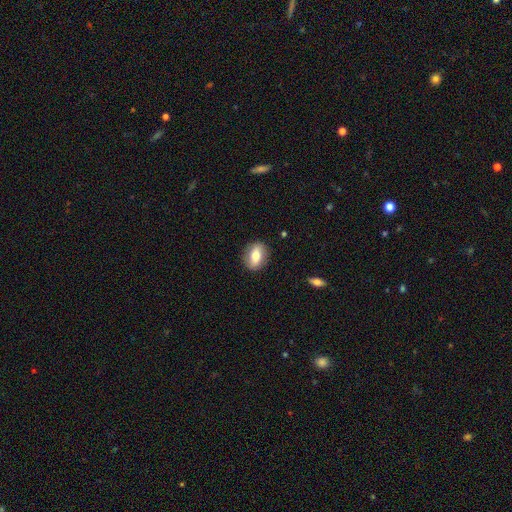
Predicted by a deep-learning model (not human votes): Smooth or featured? smooth (69%)
How rounded? in between (68%)
Merging? none (86%)